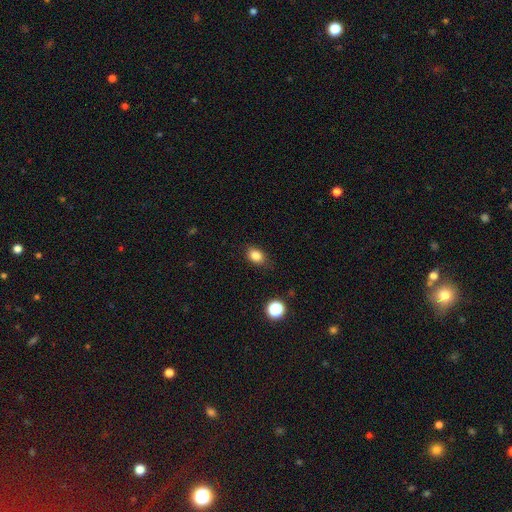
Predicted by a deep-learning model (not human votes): Morphology: type=smooth (83%); roundness=in between (72%); merging=none (83%).